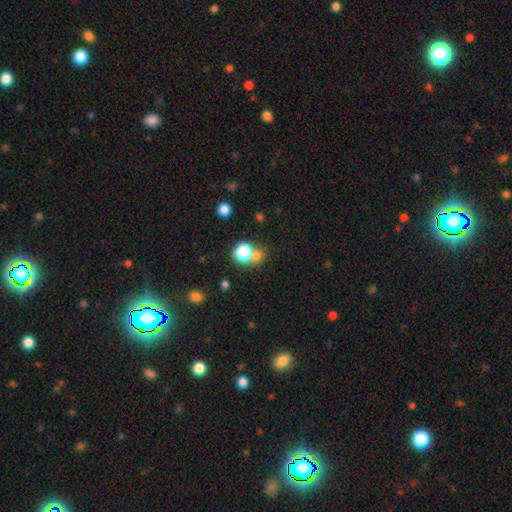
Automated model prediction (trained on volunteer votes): Smooth or featured?
  - smooth: 72% *
  - star or artifact: 19%
  - featured or disk: 9%
How rounded?
  - round: 80% *
  - in between: 19%
  - cigar-shaped: 1%
Merging?
  - none: 48% *
  - merger: 39%
  - minor disturbance: 8%
  - major disturbance: 5%